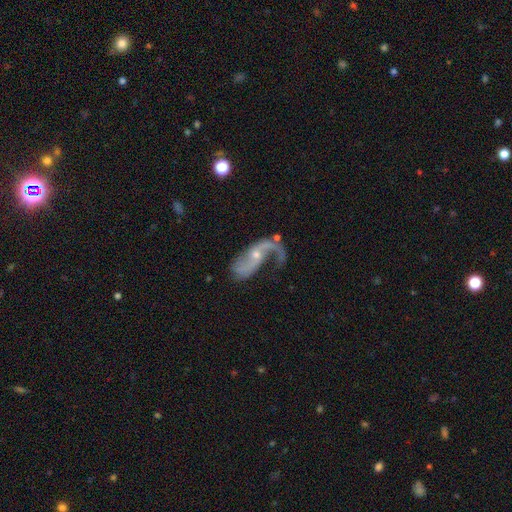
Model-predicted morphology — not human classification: Q: Smooth or featured?
A: featured or disk (87%); runner-up: smooth (7%)
Q: Edge-on disk?
A: no (96%); runner-up: yes (4%)
Q: Bar?
A: no (58%); runner-up: weak (31%)
Q: Spiral arms?
A: yes (93%); runner-up: no (7%)
Q: Spiral winding?
A: loose (77%); runner-up: medium (18%)
Q: Spiral arm count?
A: 2 (79%); runner-up: 1 (15%)
Q: Bulge size?
A: small (67%); runner-up: moderate (28%)
Q: Merging?
A: none (44%); runner-up: major disturbance (29%)